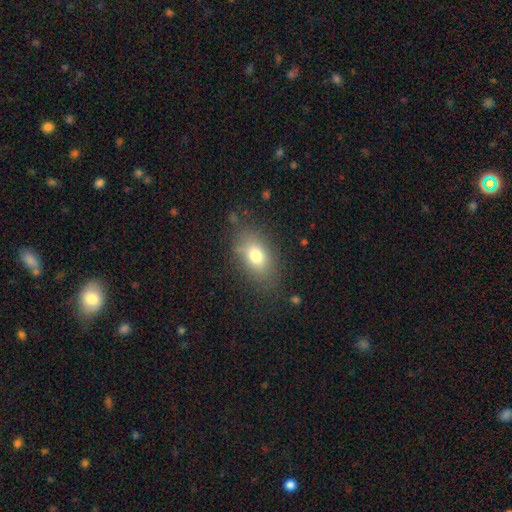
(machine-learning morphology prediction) This is likely a smooth galaxy (75%). How rounded: clearly in between (82%). Merging: likely none (76%).